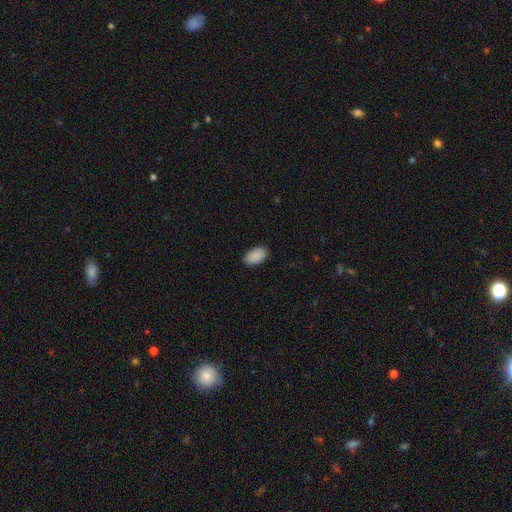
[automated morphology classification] Smooth or featured?
  - smooth: 90% *
  - star or artifact: 7%
  - featured or disk: 3%
How rounded?
  - in between: 95% *
  - round: 3%
  - cigar-shaped: 2%
Merging?
  - none: 88% *
  - minor disturbance: 9%
  - major disturbance: 2%
  - merger: 1%